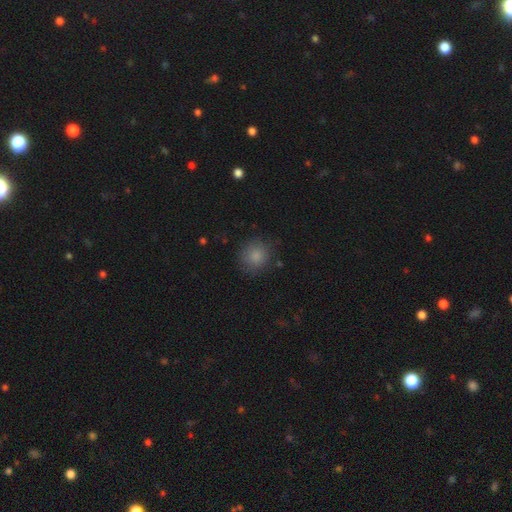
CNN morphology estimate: Overall: smooth (84%). How rounded: round (86%). Merging: none (81%).